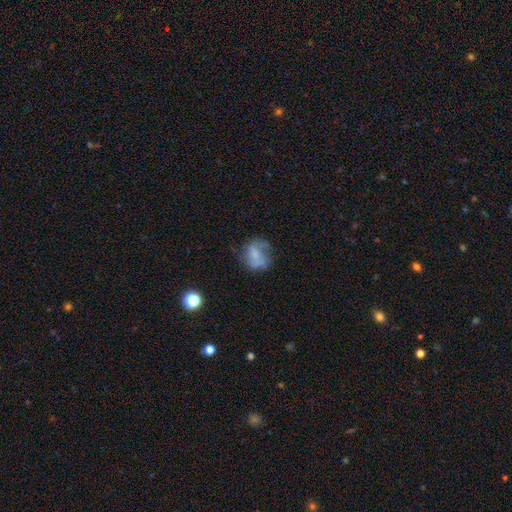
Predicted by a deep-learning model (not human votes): Morphology: type=smooth (51%); roundness=round (60%); merging=none (48%).